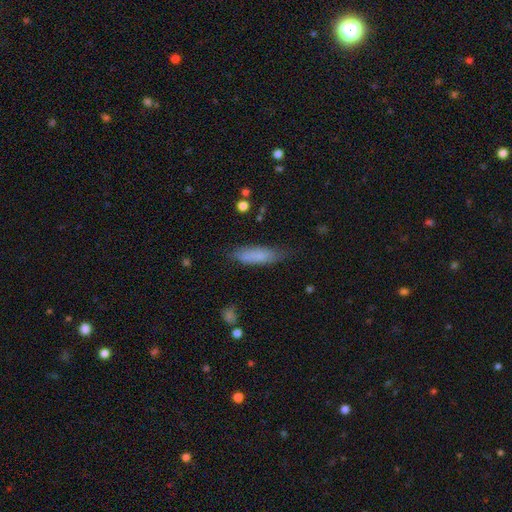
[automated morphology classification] This is likely a smooth galaxy (80%). How rounded: possibly cigar-shaped (59%). Merging: likely none (69%).